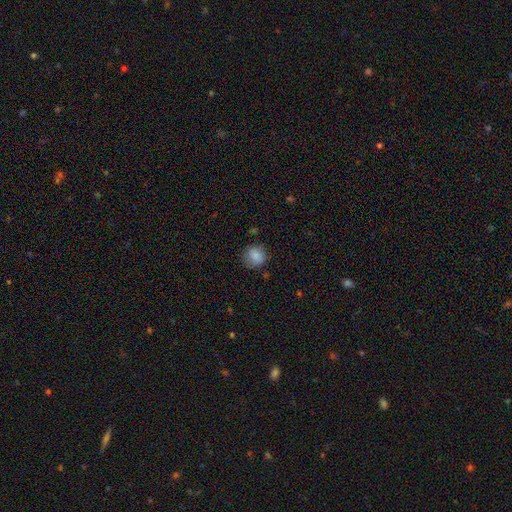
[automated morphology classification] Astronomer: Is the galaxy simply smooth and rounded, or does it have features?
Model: smooth — 84%.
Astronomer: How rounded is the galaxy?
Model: round — 88%.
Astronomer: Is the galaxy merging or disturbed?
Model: none — 81%.